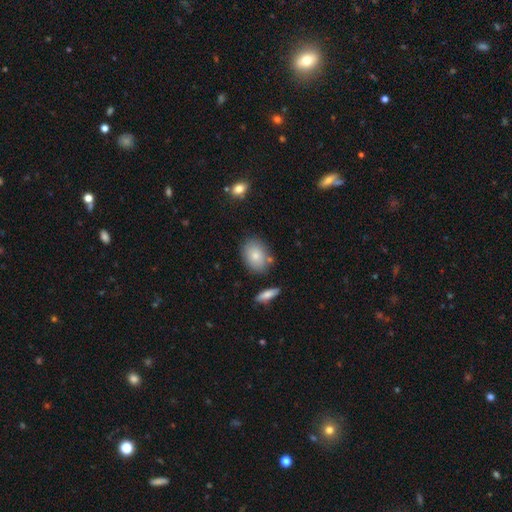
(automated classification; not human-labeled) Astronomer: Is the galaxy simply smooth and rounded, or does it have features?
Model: smooth — 79%.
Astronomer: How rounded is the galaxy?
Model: in between — 73%.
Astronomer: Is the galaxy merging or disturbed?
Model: none — 76%.